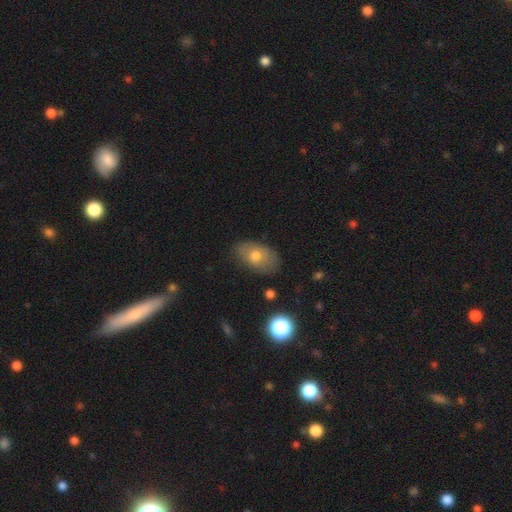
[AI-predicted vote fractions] smooth_or_featured: smooth (p=0.68) [alt: featured or disk p=0.22]
how_rounded: in between (p=0.88) [alt: round p=0.11]
merging: none (p=0.73) [alt: minor disturbance p=0.20]